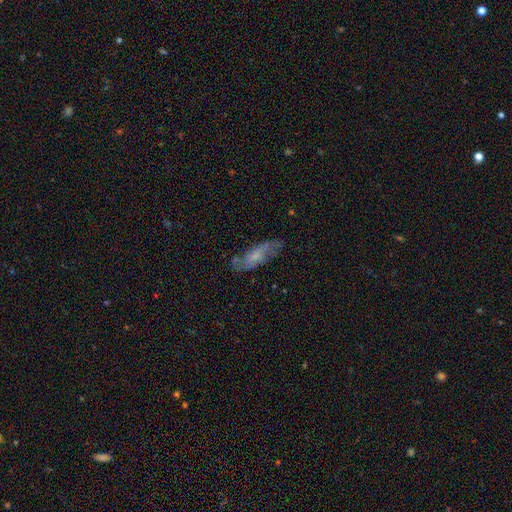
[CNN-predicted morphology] A featured or disk galaxy (47%).

Vote fractions:
- Smooth or featured? featured or disk: 47% / smooth: 45% / star or artifact: 8%
- Merging? none: 66% / minor disturbance: 23% / major disturbance: 9% / merger: 3%